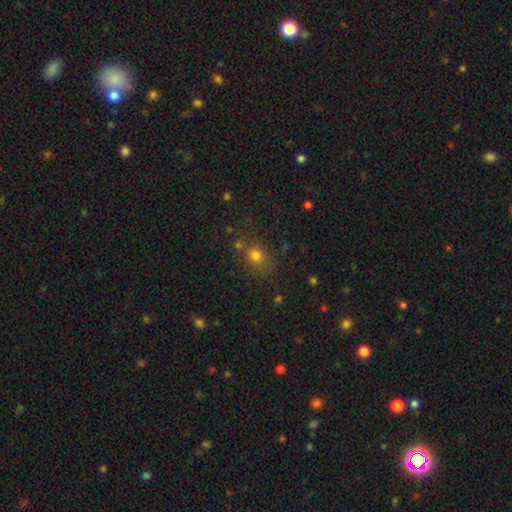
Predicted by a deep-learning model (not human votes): Smooth or featured?
  - smooth: 74% *
  - star or artifact: 17%
  - featured or disk: 9%
How rounded?
  - round: 65% *
  - in between: 34%
  - cigar-shaped: 1%
Merging?
  - none: 71% *
  - minor disturbance: 15%
  - merger: 8%
  - major disturbance: 6%